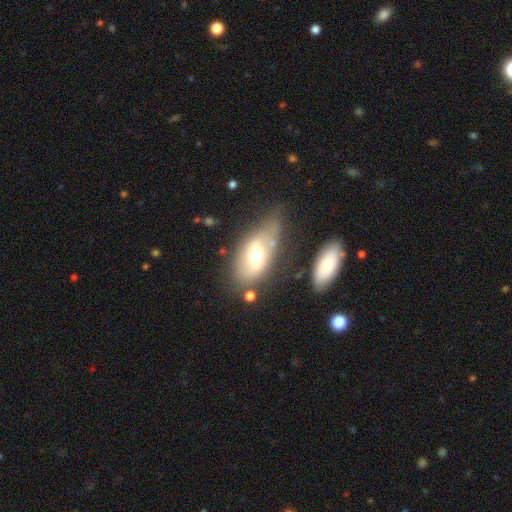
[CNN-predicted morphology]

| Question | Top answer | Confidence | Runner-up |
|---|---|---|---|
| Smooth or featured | smooth | 53% | featured or disk (40%) |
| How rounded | in between | 89% | cigar-shaped (6%) |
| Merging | none | 51% | minor disturbance (26%) |